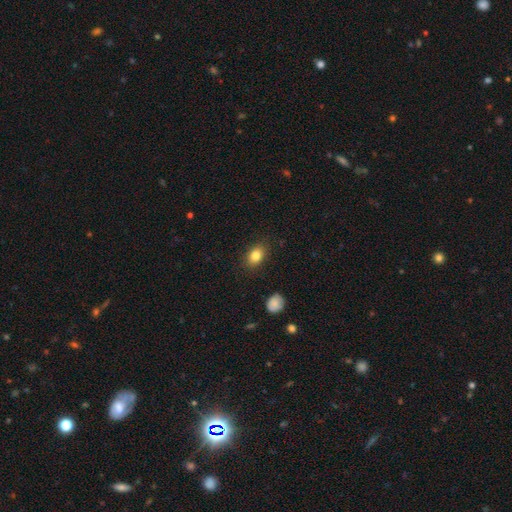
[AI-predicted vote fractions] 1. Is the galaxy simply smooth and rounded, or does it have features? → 83% smooth, 9% star or artifact, 8% featured or disk.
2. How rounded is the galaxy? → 73% in between, 25% round, 1% cigar-shaped.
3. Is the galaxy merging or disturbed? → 85% none, 11% minor disturbance, 3% major disturbance, 1% merger.